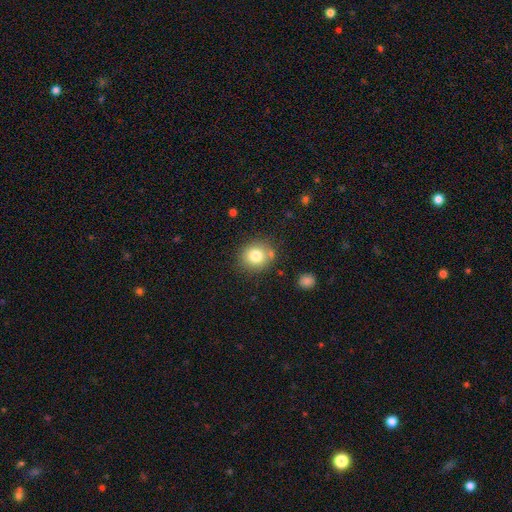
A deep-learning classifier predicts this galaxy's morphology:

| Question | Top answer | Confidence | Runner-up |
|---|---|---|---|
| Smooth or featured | smooth | 79% | star or artifact (11%) |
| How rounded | round | 84% | in between (15%) |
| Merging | none | 77% | minor disturbance (12%) |